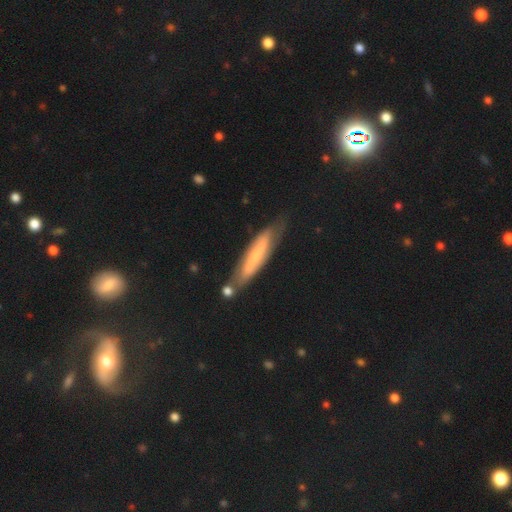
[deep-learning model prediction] Q: Smooth or featured?
A: featured or disk (50%); runner-up: smooth (43%)
Q: Edge-on disk?
A: yes (56%); runner-up: no (44%)
Q: Merging?
A: none (70%); runner-up: minor disturbance (20%)